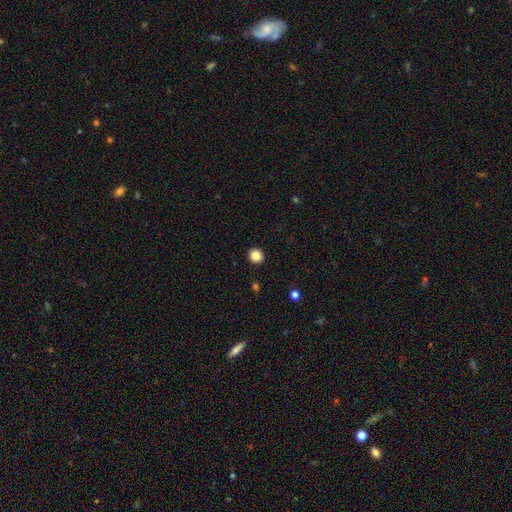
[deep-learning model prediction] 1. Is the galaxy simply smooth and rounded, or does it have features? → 86% smooth, 10% star or artifact, 4% featured or disk.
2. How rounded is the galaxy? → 91% round, 8% in between, 1% cigar-shaped.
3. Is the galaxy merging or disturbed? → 93% none, 4% minor disturbance, 2% major disturbance, 1% merger.